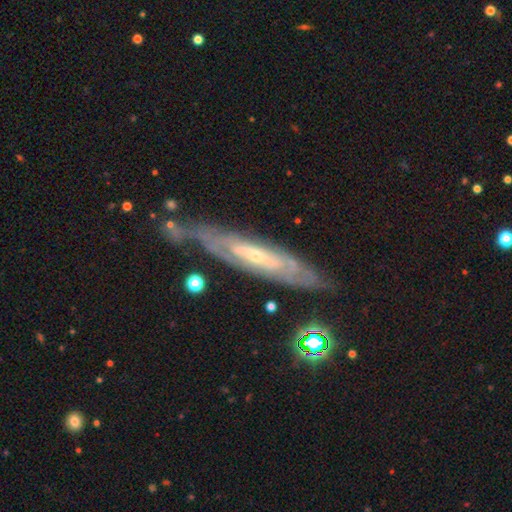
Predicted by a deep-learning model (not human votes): Smooth or featured? Predicted: featured or disk (p=0.80). Edge-on disk? Predicted: no (p=0.62). Bar? Predicted: no (p=0.47). Spiral arms? Predicted: yes (p=0.87). Bulge size? Predicted: small (p=0.71). Merging? Predicted: none (p=0.72).